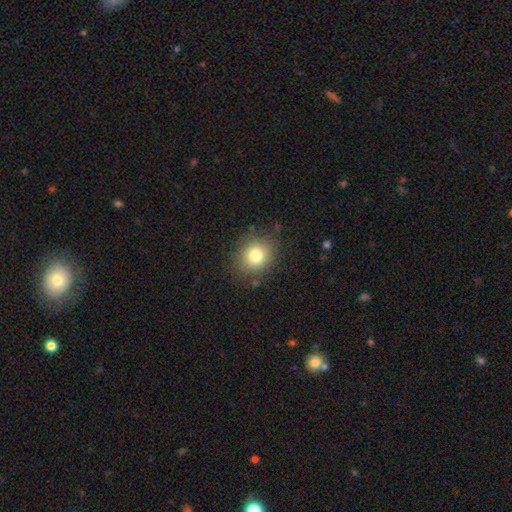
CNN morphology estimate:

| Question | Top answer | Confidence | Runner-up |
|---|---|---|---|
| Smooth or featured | smooth | 78% | star or artifact (12%) |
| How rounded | round | 78% | in between (22%) |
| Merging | none | 84% | minor disturbance (10%) |